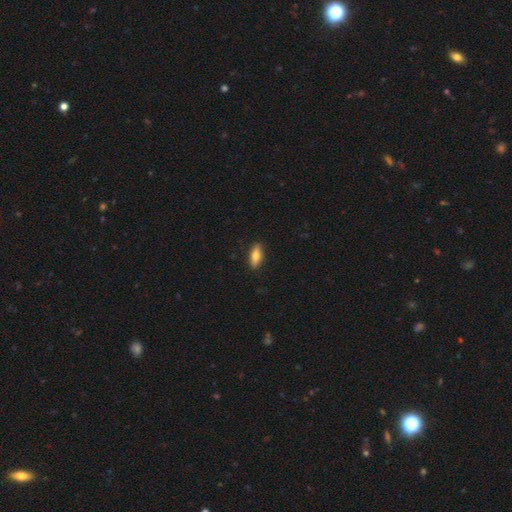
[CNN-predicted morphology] The model was most divided on "how rounded": in between: 62%, cigar-shaped: 35%, round: 3%. More confident: merging — none (89%); smooth or featured — smooth (70%).